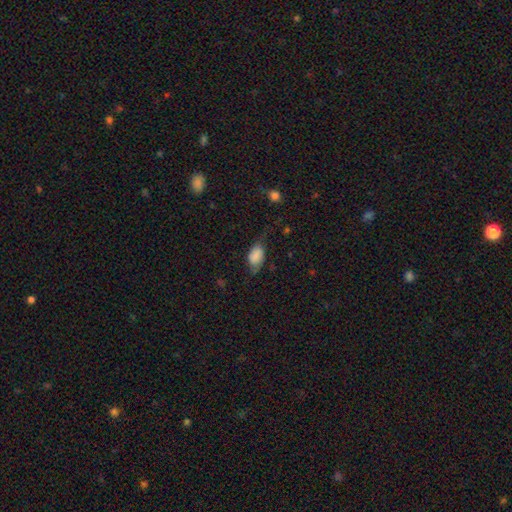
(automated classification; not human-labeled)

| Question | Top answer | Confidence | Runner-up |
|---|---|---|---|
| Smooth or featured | smooth | 72% | featured or disk (20%) |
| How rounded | in between | 89% | round (8%) |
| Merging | none | 42% | minor disturbance (31%) |